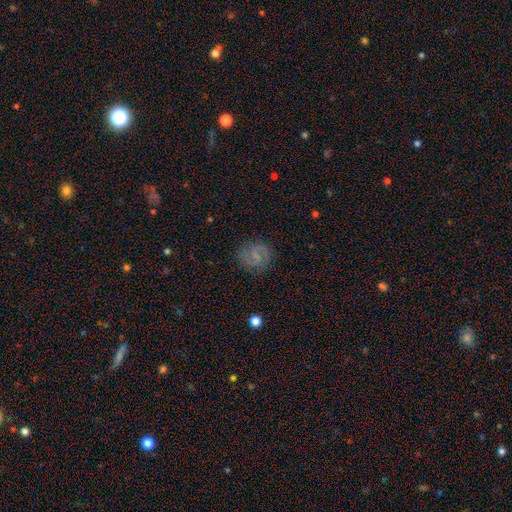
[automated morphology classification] This appears to be a featured or disk galaxy (60%) with a weak bar (51%), 2 (87%) medium (50%) spiral arms (89%) and no central bulge (49%). Merging: none (82%).